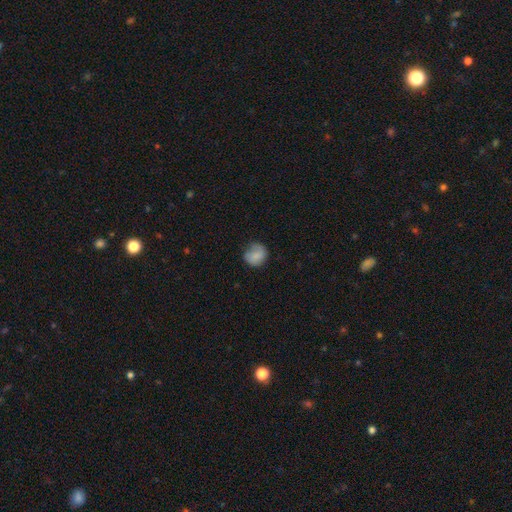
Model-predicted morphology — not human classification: Smooth or featured? Predicted: smooth (p=0.77). How rounded? Predicted: round (p=0.80). Merging? Predicted: none (p=0.63).